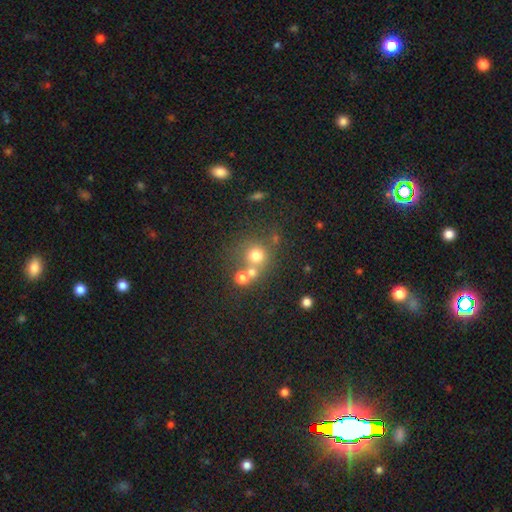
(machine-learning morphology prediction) A smooth galaxy with no disk features (68%) that is round (88%). Merging: none (54%).